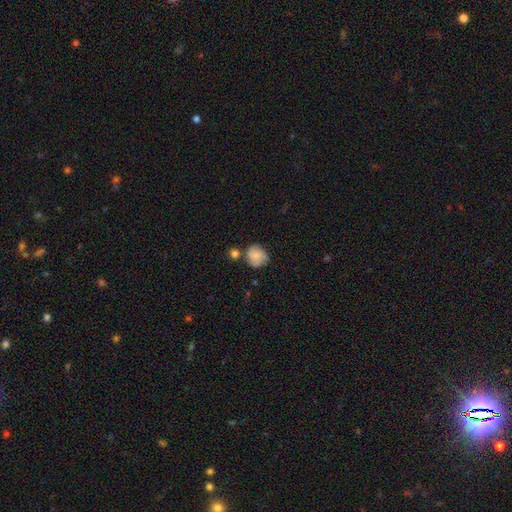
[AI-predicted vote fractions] Smooth or featured? smooth (58%)
How rounded? round (77%)
Merging? none (60%)